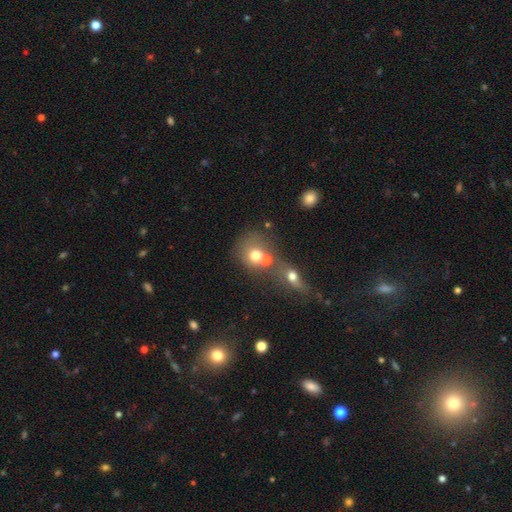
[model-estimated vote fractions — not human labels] Morphology: type=smooth (67%); roundness=round (75%); merging=merger (55%).